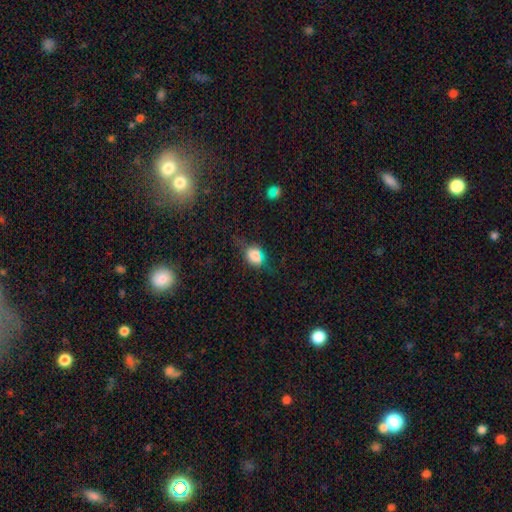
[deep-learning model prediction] Smooth or featured?
  - smooth: 70% *
  - featured or disk: 17%
  - star or artifact: 13%
How rounded?
  - in between: 61% *
  - round: 36%
  - cigar-shaped: 3%
Merging?
  - none: 62% *
  - minor disturbance: 24%
  - major disturbance: 11%
  - merger: 3%